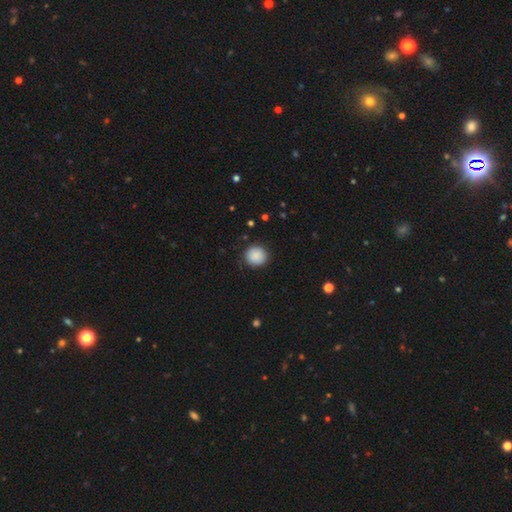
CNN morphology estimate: Smooth or featured? Predicted: smooth (p=0.89). How rounded? Predicted: round (p=0.92). Merging? Predicted: none (p=0.89).